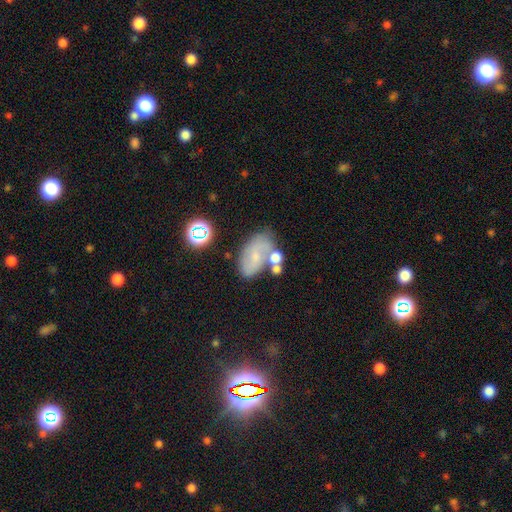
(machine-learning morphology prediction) type=featured or disk (45%); merging=none (52%).